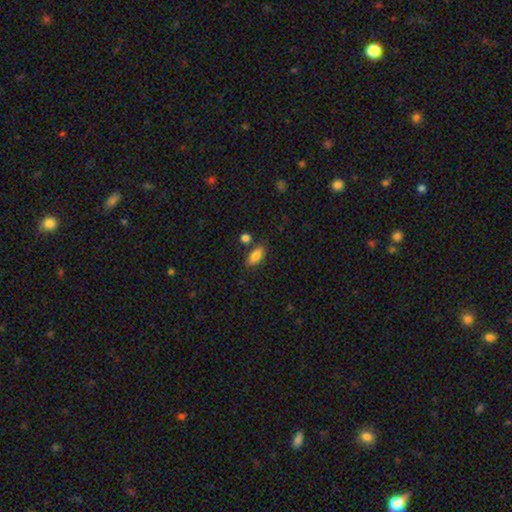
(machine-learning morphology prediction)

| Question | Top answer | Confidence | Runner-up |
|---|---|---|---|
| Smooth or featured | smooth | 85% | star or artifact (8%) |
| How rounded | in between | 87% | cigar-shaped (10%) |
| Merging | none | 75% | minor disturbance (14%) |